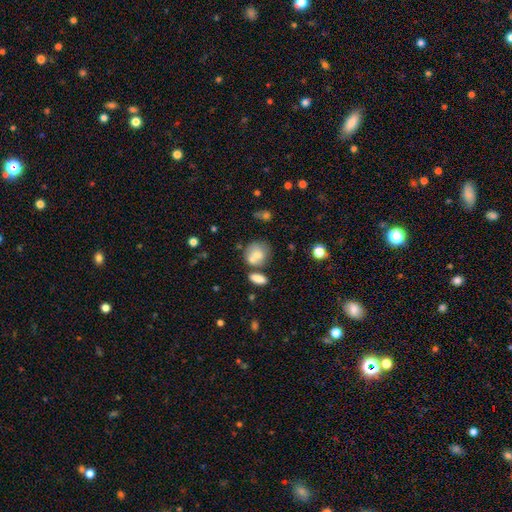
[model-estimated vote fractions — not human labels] This appears to be a smooth galaxy with no disk features (74%) that is round (66%). Merging: none (44%).